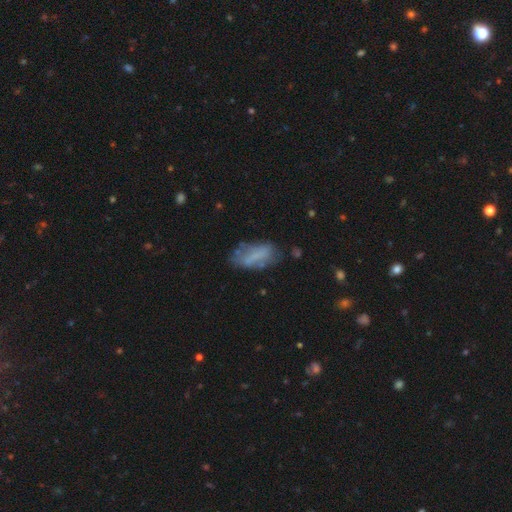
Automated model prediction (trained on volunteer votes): Smooth or featured? smooth (57%)
How rounded? in between (82%)
Merging? none (54%)